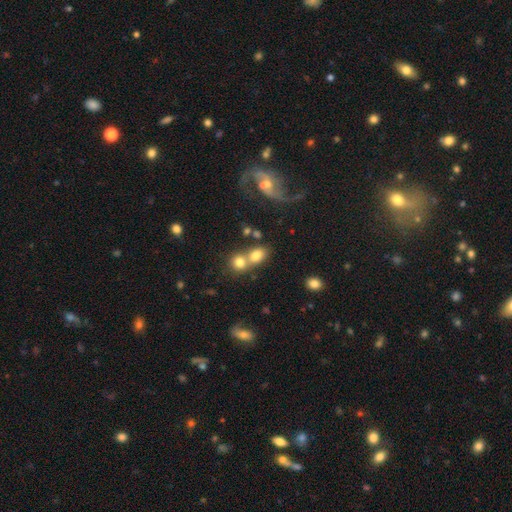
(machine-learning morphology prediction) smooth-or-featured: smooth: 75% | featured or disk: 14% | star or artifact: 11%
  how-rounded: in between: 60% | round: 38% | cigar-shaped: 2%
  merging: merger: 55% | none: 32% | minor disturbance: 8% | major disturbance: 5%